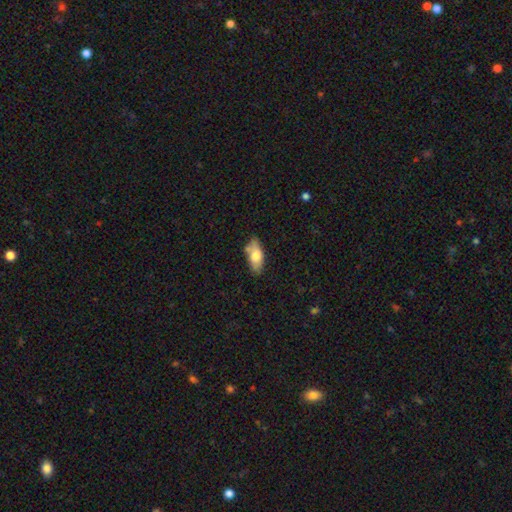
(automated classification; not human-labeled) smooth_or_featured: smooth (p=0.72) [alt: featured or disk p=0.22]
how_rounded: in between (p=0.84) [alt: cigar-shaped p=0.13]
merging: none (p=0.67) [alt: minor disturbance p=0.21]